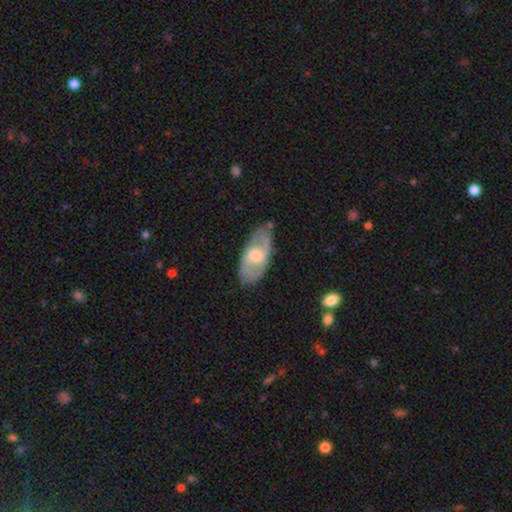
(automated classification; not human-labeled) Smooth or featured?
  - featured or disk: 63% *
  - smooth: 32%
  - star or artifact: 5%
Edge-on disk?
  - no: 88% *
  - yes: 12%
Bar?
  - weak: 46% *
  - no: 42%
  - strong: 12%
Spiral arms?
  - yes: 71% *
  - no: 29%
Bulge size?
  - moderate: 58% *
  - small: 19%
  - large: 18%
  - none: 4%
  - dominant: 1%
Merging?
  - none: 75% *
  - minor disturbance: 18%
  - major disturbance: 5%
  - merger: 2%